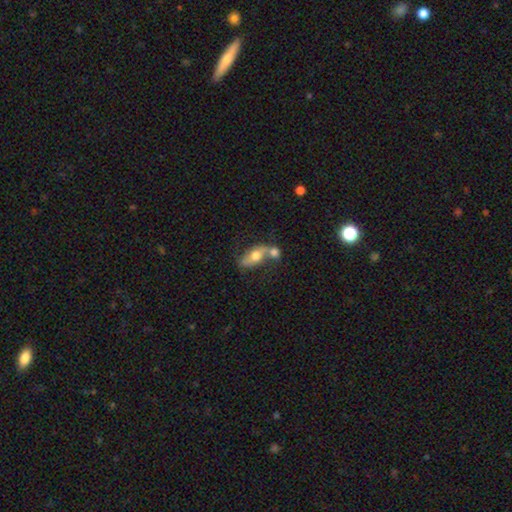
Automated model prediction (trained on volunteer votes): smooth-or-featured: smooth: 51% | featured or disk: 42% | star or artifact: 8%
  how-rounded: in between: 77% | cigar-shaped: 15% | round: 8%
  merging: merger: 46% | none: 36% | minor disturbance: 12% | major disturbance: 7%